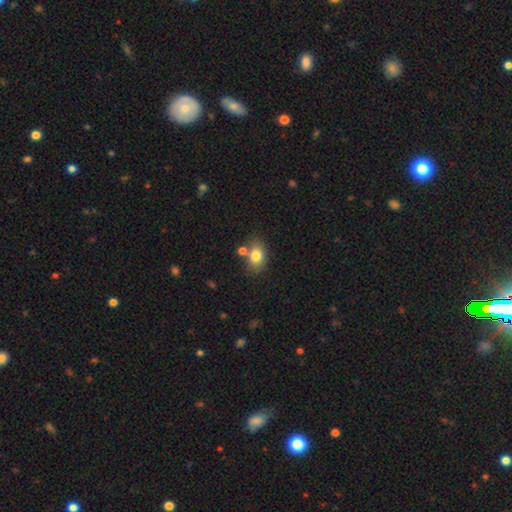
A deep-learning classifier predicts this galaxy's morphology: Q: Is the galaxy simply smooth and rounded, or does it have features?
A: smooth — 79%.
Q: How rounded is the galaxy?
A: in between — 71%.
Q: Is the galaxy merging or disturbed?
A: none — 62%.